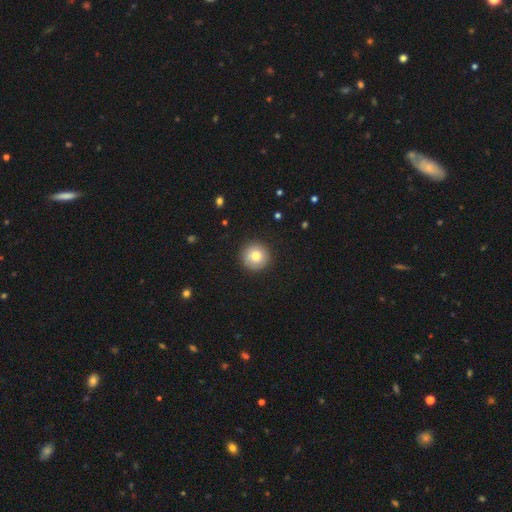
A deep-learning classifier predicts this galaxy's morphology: smooth 78%, featured or disk 12%, star or artifact 10%. Down the decision tree: how rounded — round (96%); merging — none (92%).